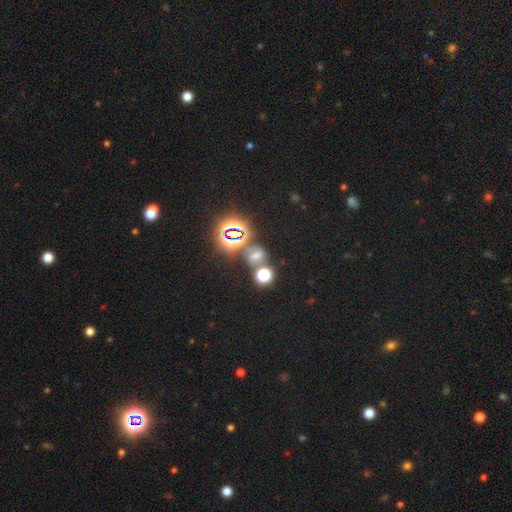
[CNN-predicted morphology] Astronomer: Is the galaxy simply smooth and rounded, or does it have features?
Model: star or artifact — 53% (runner-up: smooth, 35%).